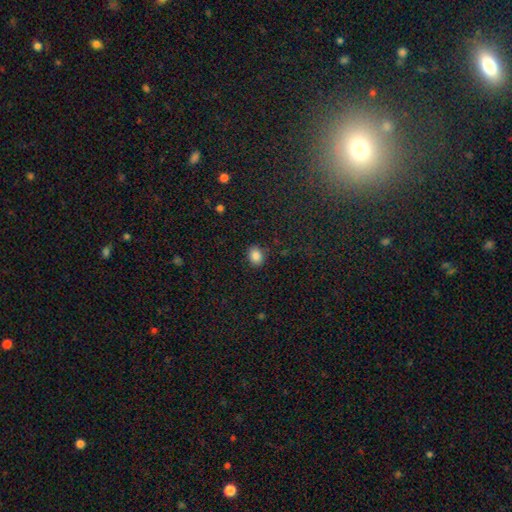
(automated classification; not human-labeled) Smooth or featured?
  - smooth: 86% *
  - star or artifact: 10%
  - featured or disk: 4%
How rounded?
  - in between: 52% *
  - round: 47%
  - cigar-shaped: 1%
Merging?
  - none: 85% *
  - minor disturbance: 11%
  - major disturbance: 3%
  - merger: 1%